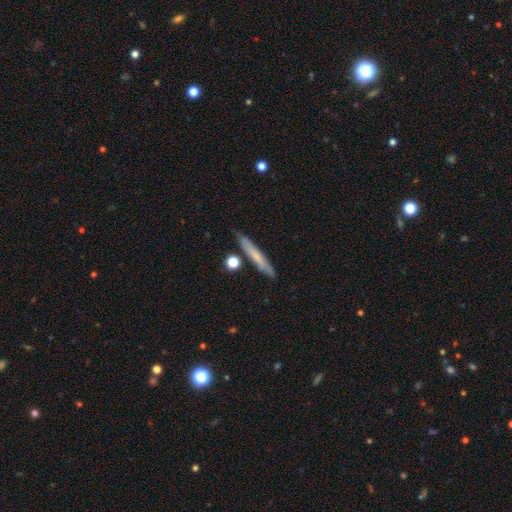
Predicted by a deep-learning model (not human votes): Q: Smooth or featured?
A: smooth (60%); runner-up: featured or disk (33%)
Q: How rounded?
A: cigar-shaped (93%); runner-up: in between (5%)
Q: Merging?
A: none (83%); runner-up: minor disturbance (11%)